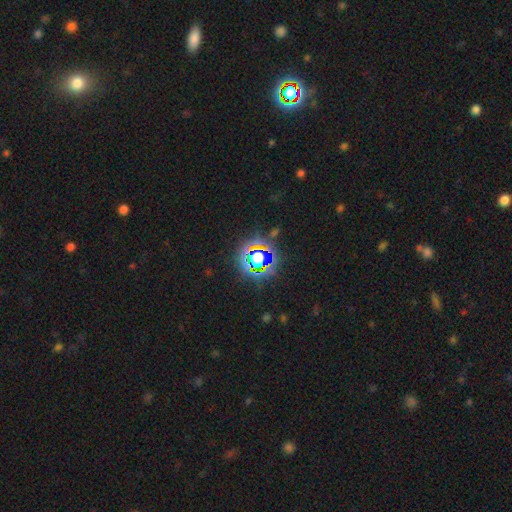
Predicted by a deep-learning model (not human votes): Smooth or featured? Predicted: star or artifact (p=0.75).